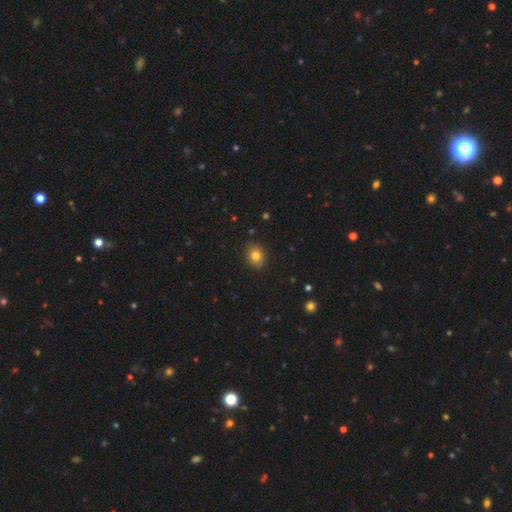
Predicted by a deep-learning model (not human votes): The model was most divided on "how rounded": round: 59%, in between: 40%, cigar-shaped: 1%. More confident: merging — none (86%); smooth or featured — smooth (81%).